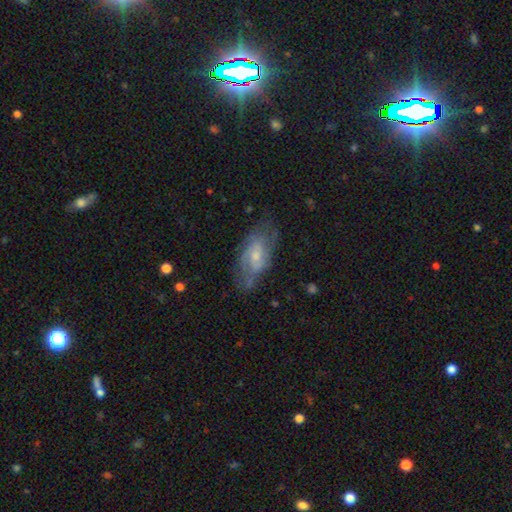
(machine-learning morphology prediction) smooth_or_featured: featured or disk (p=0.69) [alt: smooth p=0.24]
disk_edge_on: no (p=0.93) [alt: yes p=0.07]
bar: no (p=0.55) [alt: weak p=0.38]
has_spiral_arms: yes (p=0.84) [alt: no p=0.16]
spiral_winding: medium (p=0.44) [alt: tight p=0.39]
spiral_arm_count: 2 (p=0.45) [alt: can't tell p=0.34]
bulge_size: small (p=0.52) [alt: moderate p=0.38]
merging: none (p=0.63) [alt: minor disturbance p=0.23]